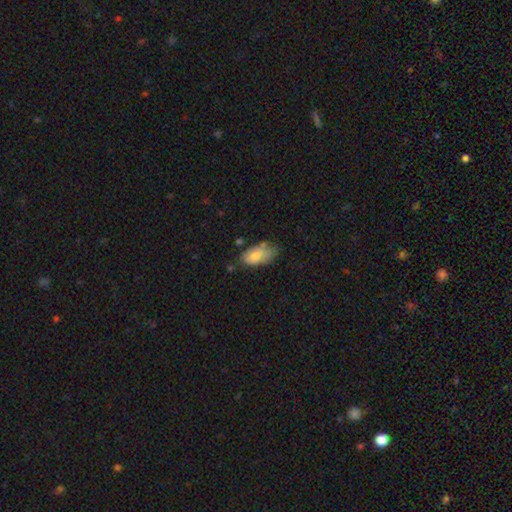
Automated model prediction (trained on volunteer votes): smooth-or-featured: smooth: 73% | featured or disk: 20% | star or artifact: 7%
  how-rounded: in between: 93% | round: 5% | cigar-shaped: 3%
  merging: none: 45% | minor disturbance: 37% | major disturbance: 12% | merger: 7%